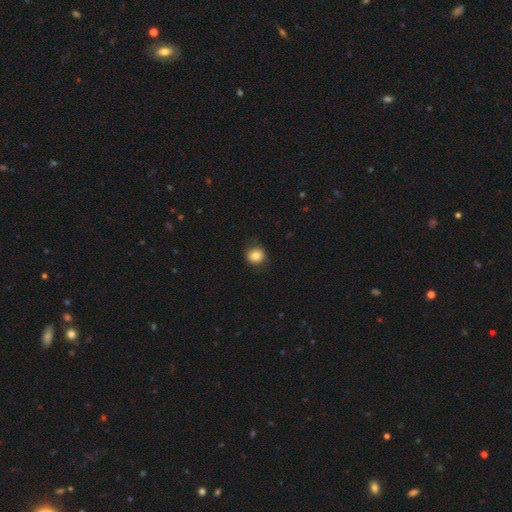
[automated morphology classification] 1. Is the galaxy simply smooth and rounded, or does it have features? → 81% smooth, 10% star or artifact, 8% featured or disk.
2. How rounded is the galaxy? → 89% round, 10% in between, 1% cigar-shaped.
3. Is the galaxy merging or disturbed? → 87% none, 9% minor disturbance, 2% major disturbance, 1% merger.